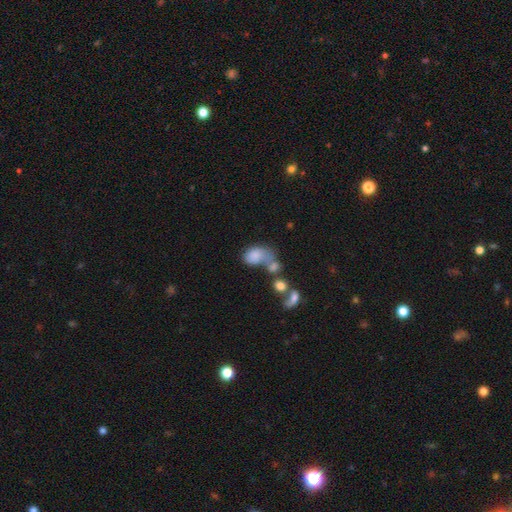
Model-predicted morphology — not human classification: smooth 74%, featured or disk 16%, star or artifact 10%. Down the decision tree: how rounded — in between (79%); merging — merger (42%).